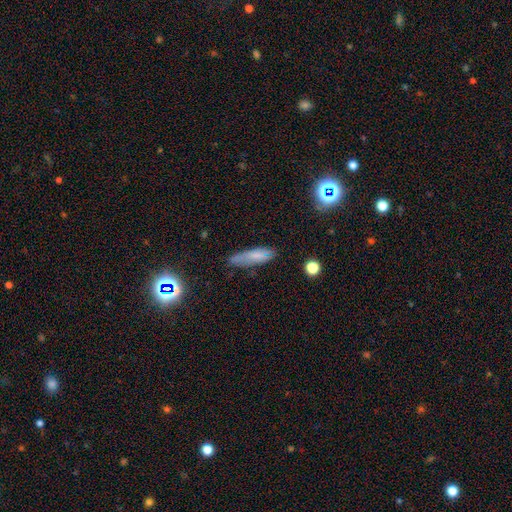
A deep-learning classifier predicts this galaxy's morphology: A smooth galaxy with no disk features (69%) that is cigar-shaped (64%).

Vote fractions:
- Smooth or featured? smooth: 69% / featured or disk: 21% / star or artifact: 11%
- How rounded? cigar-shaped: 64% / in between: 34% / round: 2%
- Merging? none: 71% / minor disturbance: 22% / major disturbance: 5% / merger: 2%